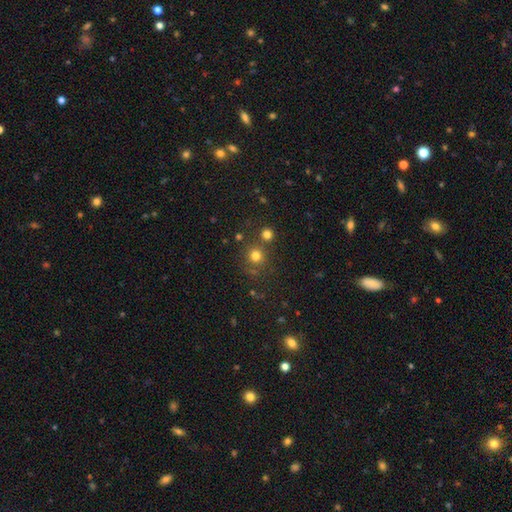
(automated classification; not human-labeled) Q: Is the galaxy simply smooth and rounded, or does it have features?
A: smooth — 75%.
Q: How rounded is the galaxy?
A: round — 91%.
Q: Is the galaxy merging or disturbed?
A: none — 73%.